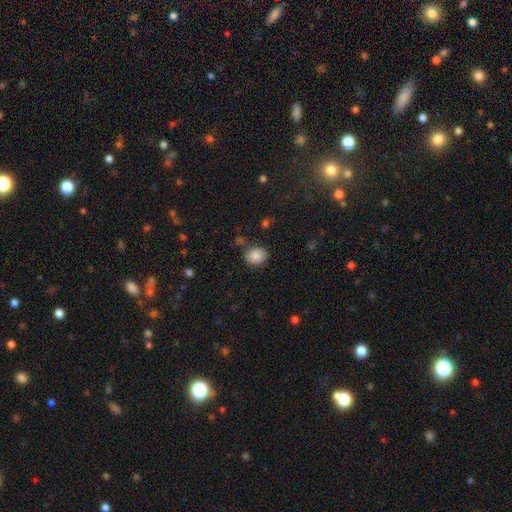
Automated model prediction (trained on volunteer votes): Smooth or featured? smooth (85%)
How rounded? round (60%)
Merging? none (81%)